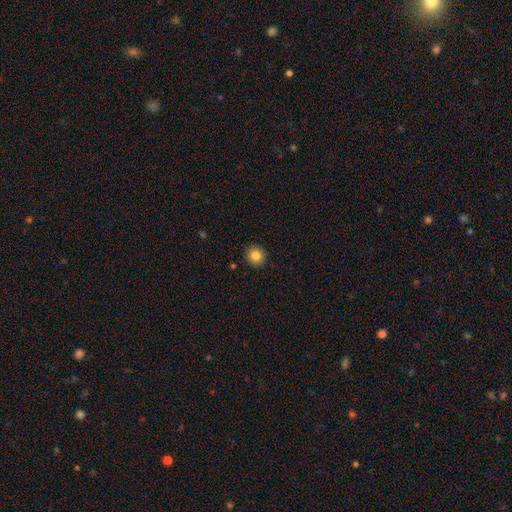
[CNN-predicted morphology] Q: Smooth or featured?
A: smooth (84%); runner-up: star or artifact (10%)
Q: How rounded?
A: round (91%); runner-up: in between (8%)
Q: Merging?
A: none (92%); runner-up: minor disturbance (6%)